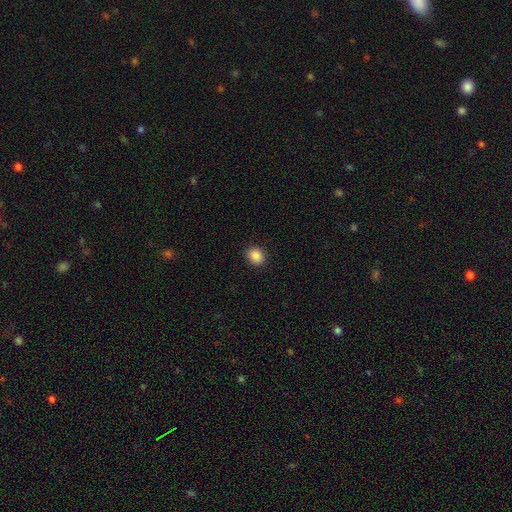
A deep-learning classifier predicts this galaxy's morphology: A smooth galaxy with no disk features (88%) that is round (56%).

Vote fractions:
- Smooth or featured? smooth: 88% / star or artifact: 9% / featured or disk: 3%
- How rounded? round: 56% / in between: 43% / cigar-shaped: 1%
- Merging? none: 90% / minor disturbance: 7% / major disturbance: 2% / merger: 1%